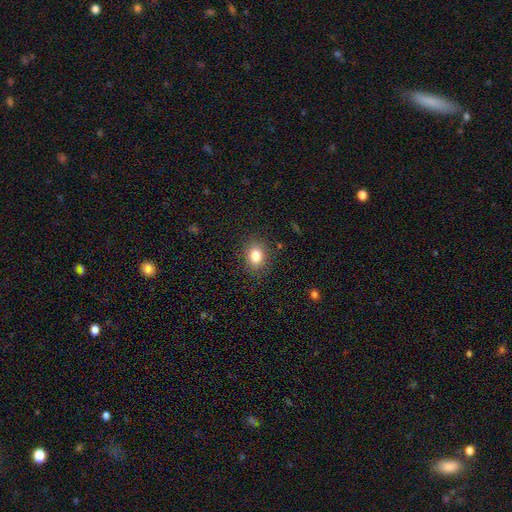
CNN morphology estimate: smooth 82%, star or artifact 11%, featured or disk 7%. Down the decision tree: how rounded — in between (52%); merging — none (87%).